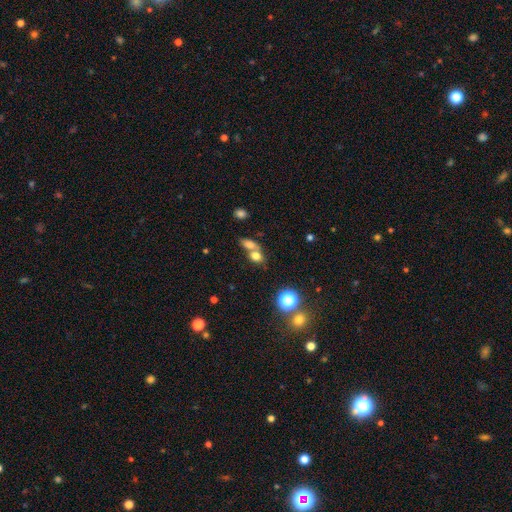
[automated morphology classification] Smooth or featured? Predicted: smooth (p=0.72). How rounded? Predicted: in between (p=0.53). Merging? Predicted: merger (p=0.54).